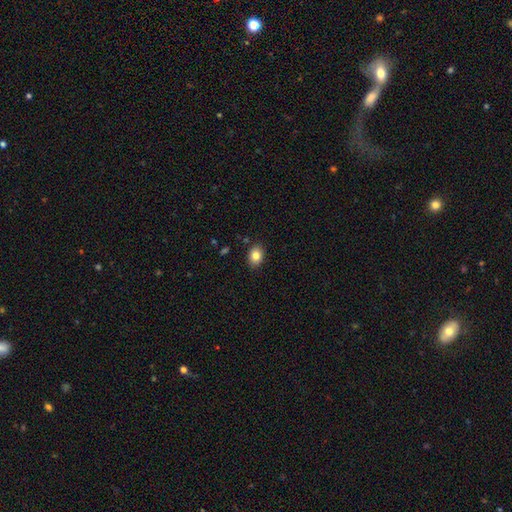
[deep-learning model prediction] Overall: smooth (83%). How rounded: in between (65%; round 34%). Merging: none (87%).